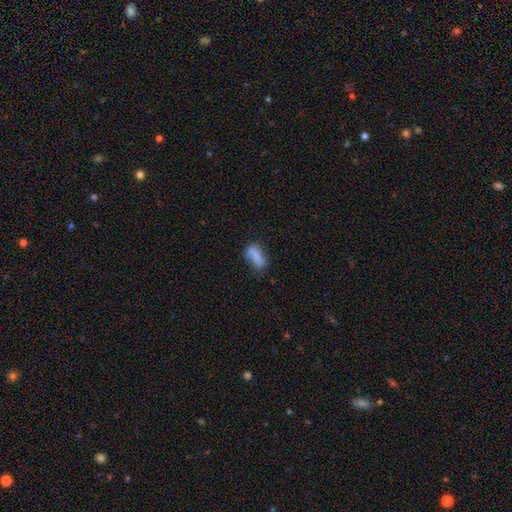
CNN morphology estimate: This is likely a smooth galaxy (73%). How rounded: likely in between (74%). Merging: marginally none (44%).